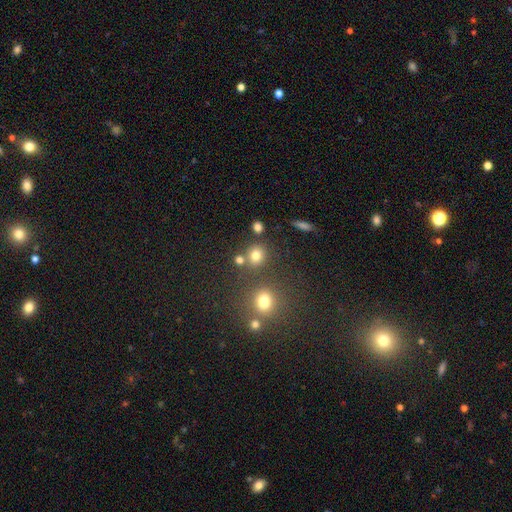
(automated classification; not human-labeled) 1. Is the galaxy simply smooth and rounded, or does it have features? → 75% smooth, 17% star or artifact, 8% featured or disk.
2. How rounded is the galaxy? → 83% round, 15% in between, 1% cigar-shaped.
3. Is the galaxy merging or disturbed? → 73% none, 14% merger, 9% minor disturbance, 4% major disturbance.